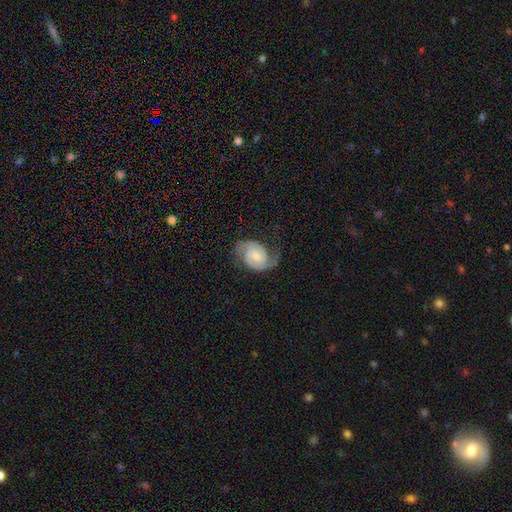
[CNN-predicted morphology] Q: Smooth or featured?
A: featured or disk (86%); runner-up: smooth (9%)
Q: Edge-on disk?
A: no (98%); runner-up: yes (2%)
Q: Bar?
A: weak (46%); runner-up: no (45%)
Q: Spiral arms?
A: yes (97%); runner-up: no (3%)
Q: Spiral winding?
A: medium (46%); runner-up: tight (43%)
Q: Spiral arm count?
A: 2 (90%); runner-up: can't tell (4%)
Q: Bulge size?
A: moderate (43%); runner-up: small (40%)
Q: Merging?
A: none (70%); runner-up: minor disturbance (20%)